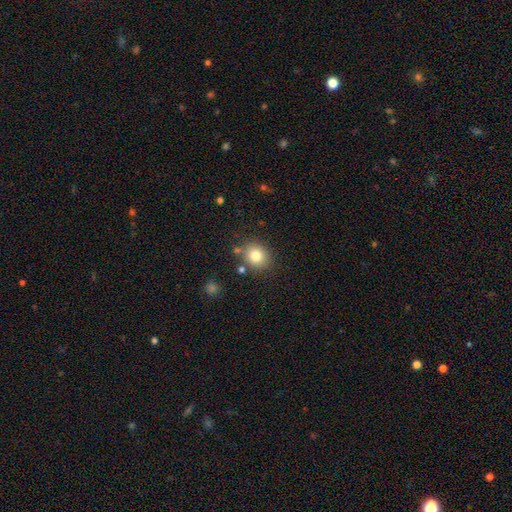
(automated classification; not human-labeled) Overall: smooth (80%). How rounded: round (75%). Merging: none (79%).